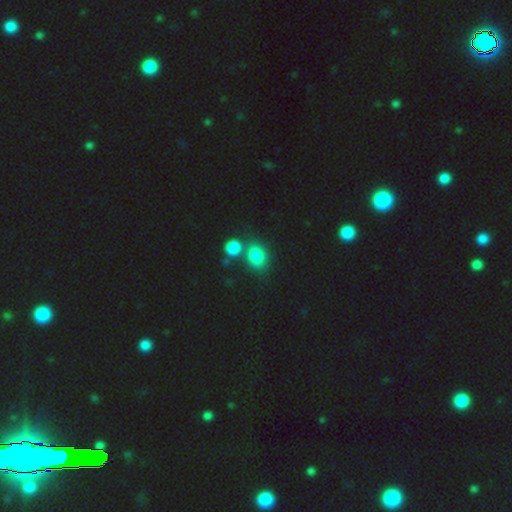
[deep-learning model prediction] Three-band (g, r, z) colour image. It shows a smooth galaxy with no disk features (79%) that is round (54%). Merging: none (54%).